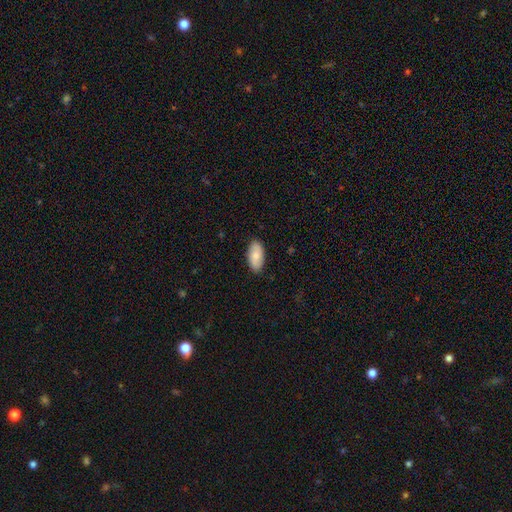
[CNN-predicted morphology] Smooth or featured: smooth — 76% (featured or disk — 18%)
How rounded: in between — 94% (cigar-shaped — 4%)
Merging: none — 87% (minor disturbance — 10%)